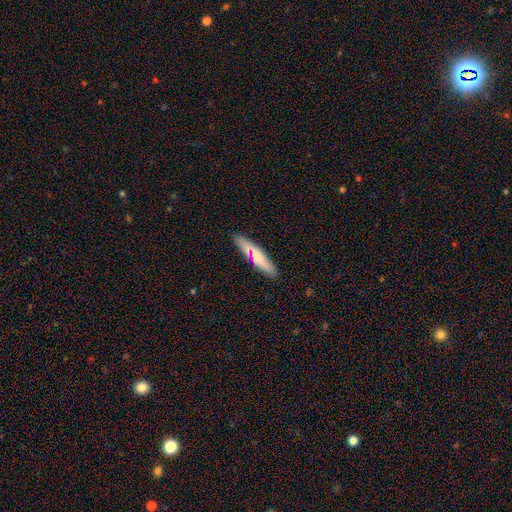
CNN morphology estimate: Smooth or featured: smooth — 70% (featured or disk — 24%)
How rounded: cigar-shaped — 83% (in between — 16%)
Merging: none — 86% (minor disturbance — 9%)